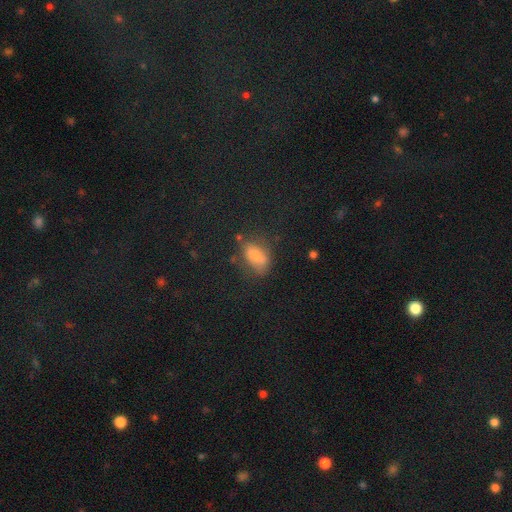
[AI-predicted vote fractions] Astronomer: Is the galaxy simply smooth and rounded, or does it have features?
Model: smooth — 68%.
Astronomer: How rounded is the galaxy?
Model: in between — 85%.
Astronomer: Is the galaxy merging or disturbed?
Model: none — 60%.